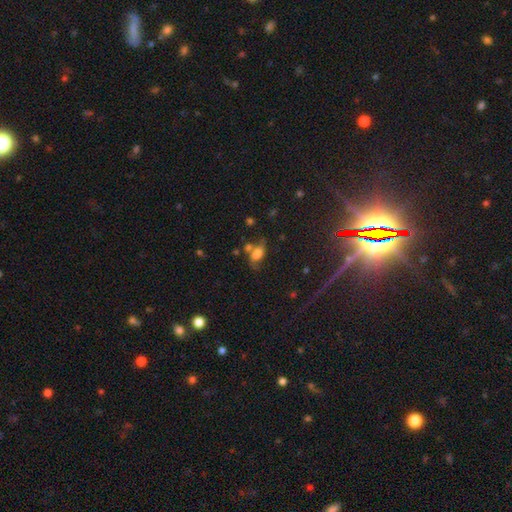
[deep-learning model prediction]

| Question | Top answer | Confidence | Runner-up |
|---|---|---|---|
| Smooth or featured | smooth | 61% | featured or disk (24%) |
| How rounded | in between | 84% | round (11%) |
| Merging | none | 37% | merger (24%) |